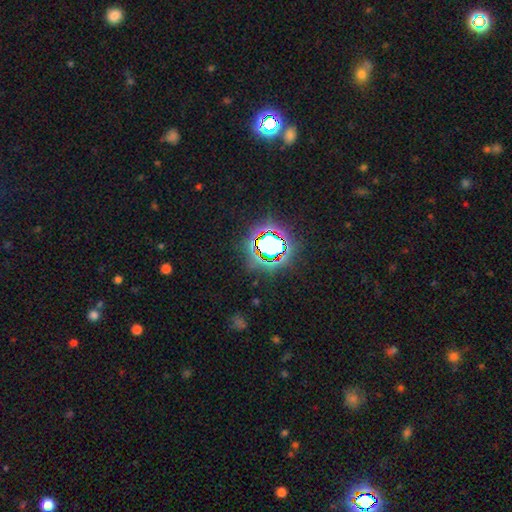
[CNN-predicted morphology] The model was most divided on "smooth or featured": star or artifact: 74%, smooth: 16%, featured or disk: 10%.